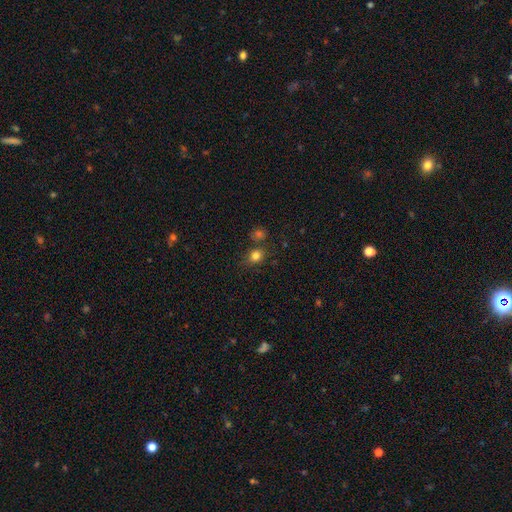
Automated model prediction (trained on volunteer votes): A smooth galaxy with no disk features (79%) that is round (70%). Merging: none (69%).